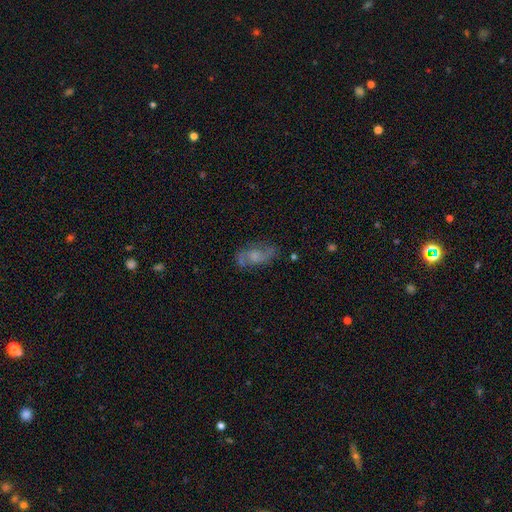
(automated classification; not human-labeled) This appears to be a featured or disk galaxy (59%) with no bar (63%), spiral arms (82%) and a moderate central bulge (35%). Merging: none (64%).